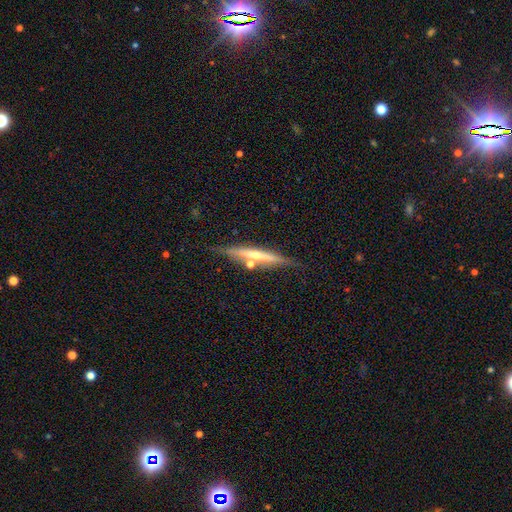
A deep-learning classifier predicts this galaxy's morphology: Smooth or featured?
  - featured or disk: 65% *
  - smooth: 28%
  - star or artifact: 7%
Edge-on disk?
  - yes: 95% *
  - no: 5%
Edge-on bulge?
  - rounded: 58% *
  - none: 34%
  - boxy: 8%
Merging?
  - none: 75% *
  - minor disturbance: 13%
  - merger: 8%
  - major disturbance: 3%